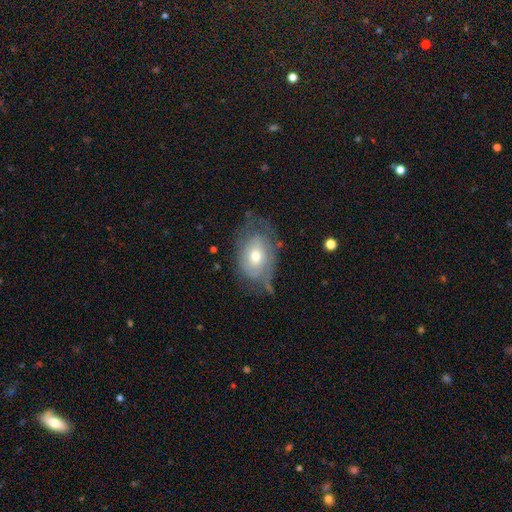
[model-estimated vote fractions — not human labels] A featured or disk galaxy (54%).

Vote fractions:
- Smooth or featured? featured or disk: 54% / smooth: 37% / star or artifact: 9%
- Edge-on disk? no: 92% / yes: 8%
- Merging? none: 50% / minor disturbance: 31% / major disturbance: 17% / merger: 3%